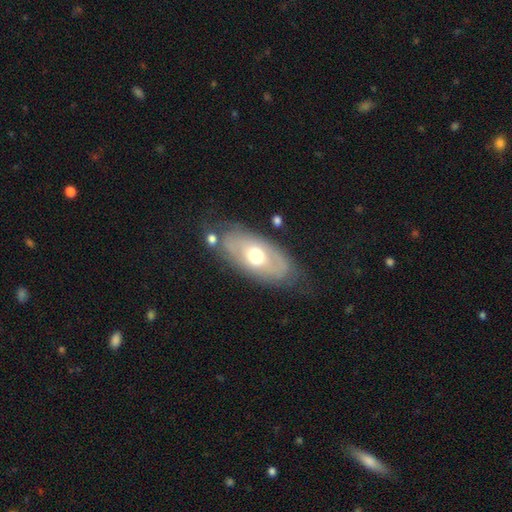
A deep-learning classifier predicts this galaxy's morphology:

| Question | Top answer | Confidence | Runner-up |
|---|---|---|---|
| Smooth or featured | featured or disk | 53% | smooth (41%) |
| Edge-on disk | no | 85% | yes (15%) |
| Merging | none | 69% | minor disturbance (19%) |